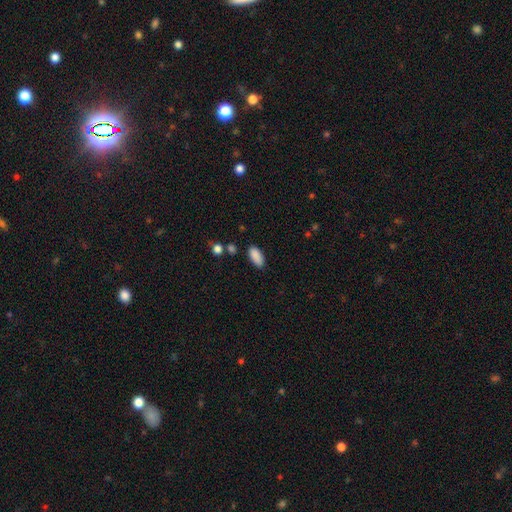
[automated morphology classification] Q: Smooth or featured?
A: smooth (89%); runner-up: star or artifact (8%)
Q: How rounded?
A: in between (89%); runner-up: cigar-shaped (9%)
Q: Merging?
A: none (80%); runner-up: minor disturbance (13%)